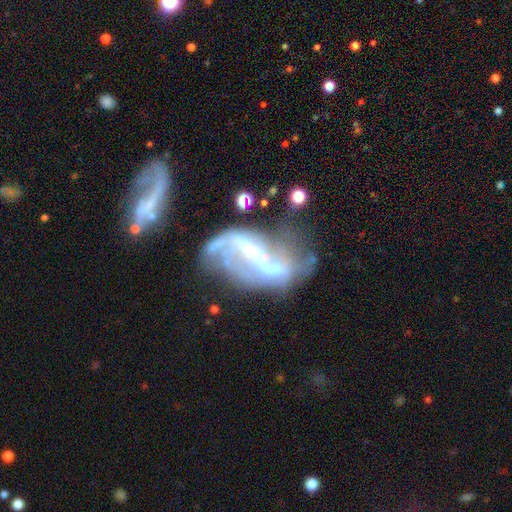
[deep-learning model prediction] This is clearly a featured or disk galaxy (82%). It is clearly not viewed edge-on (93%). Bar: likely strong (61%). Spiral arm pattern: clearly yes (83%). Spiral arm count: likely 2 (72%). Spiral winding: likely loose (66%). Central bulge: likely small (60%). Merging: marginally none (33%).